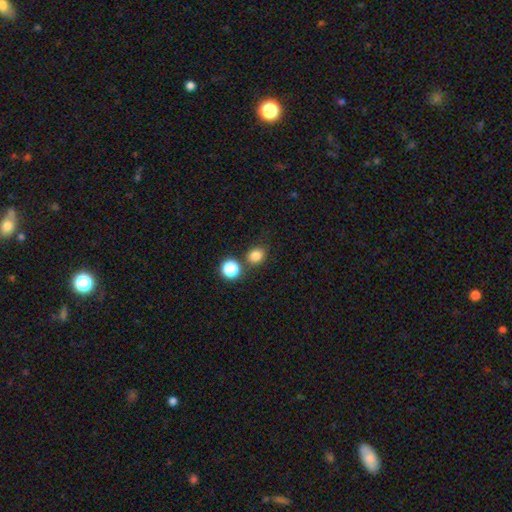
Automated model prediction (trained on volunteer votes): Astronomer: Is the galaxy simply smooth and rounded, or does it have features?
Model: smooth — 81%.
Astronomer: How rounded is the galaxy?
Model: round — 69%.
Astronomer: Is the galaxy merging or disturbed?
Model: none — 75%.